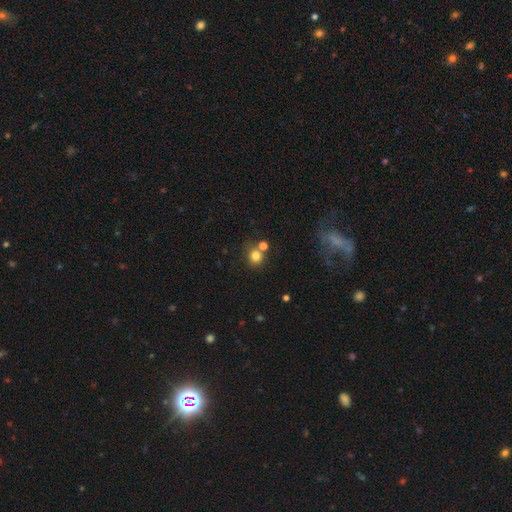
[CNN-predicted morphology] A smooth galaxy with no disk features (79%) that is round (85%). Merging: none (63%).